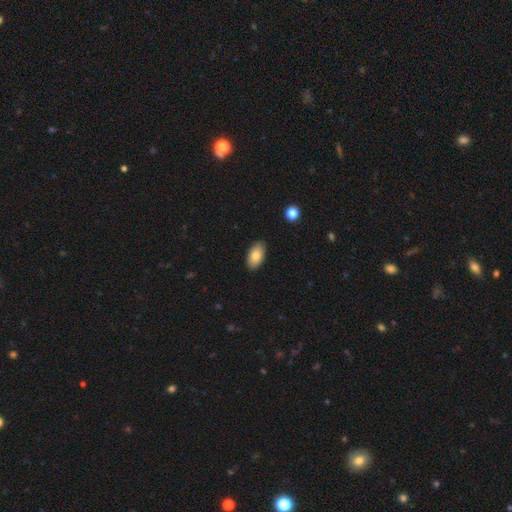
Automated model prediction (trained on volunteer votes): This appears to be a smooth galaxy with no disk features (80%) that is in between round and cigar-shaped (94%). Merging: none (88%).